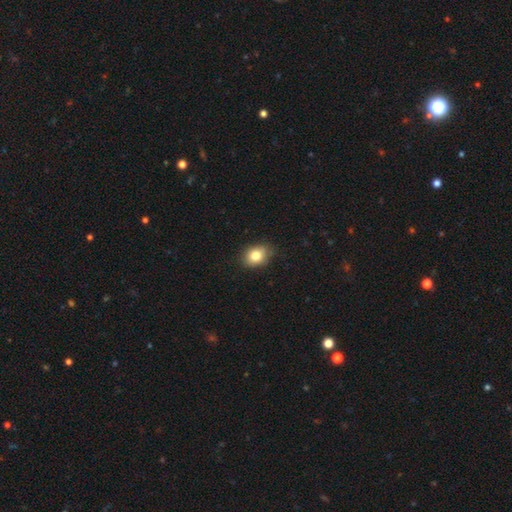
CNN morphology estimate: Smooth or featured?
  - smooth: 81% *
  - star or artifact: 10%
  - featured or disk: 9%
How rounded?
  - in between: 61% *
  - round: 37%
  - cigar-shaped: 1%
Merging?
  - none: 81% *
  - minor disturbance: 15%
  - major disturbance: 3%
  - merger: 1%